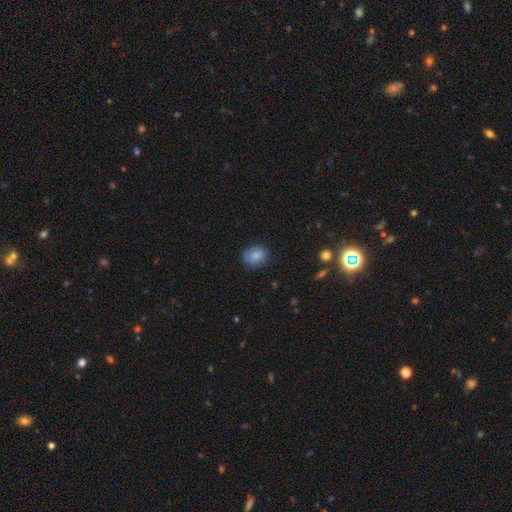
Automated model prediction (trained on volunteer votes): This appears to be a smooth galaxy with no disk features (84%) that is in between round and cigar-shaped (54%). Merging: none (77%).